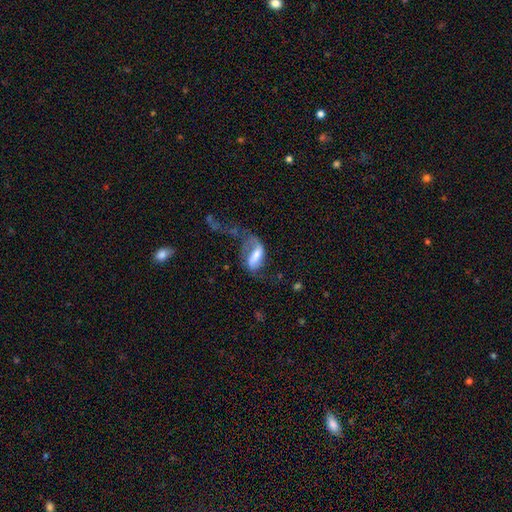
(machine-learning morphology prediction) Q: Smooth or featured?
A: featured or disk (55%); runner-up: smooth (37%)
Q: Edge-on disk?
A: no (92%); runner-up: yes (8%)
Q: Bar?
A: strong (40%); runner-up: weak (35%)
Q: Spiral arms?
A: yes (72%); runner-up: no (28%)
Q: Bulge size?
A: moderate (42%); runner-up: small (22%)
Q: Merging?
A: major disturbance (48%); runner-up: none (24%)